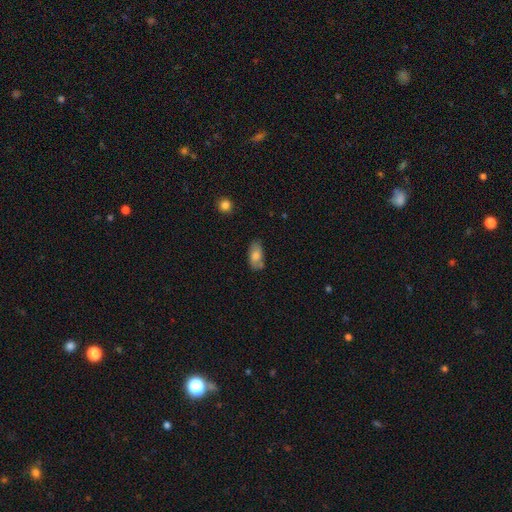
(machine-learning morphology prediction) A smooth galaxy with no disk features (75%) that is in between round and cigar-shaped (93%). Merging: none (69%).